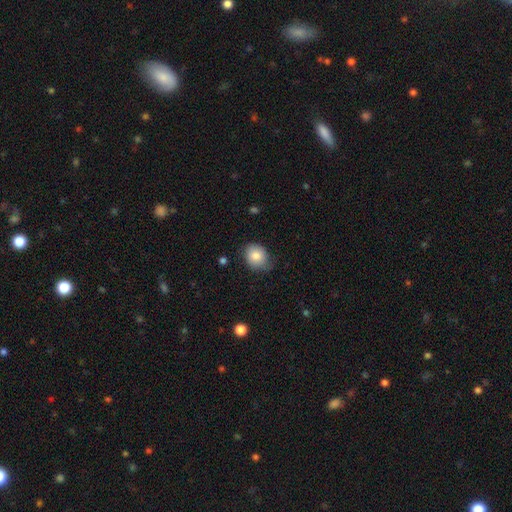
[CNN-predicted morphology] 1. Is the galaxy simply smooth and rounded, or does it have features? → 82% smooth, 10% featured or disk, 8% star or artifact.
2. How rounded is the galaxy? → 58% round, 41% in between, 1% cigar-shaped.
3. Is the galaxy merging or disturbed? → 65% none, 28% minor disturbance, 6% major disturbance, 1% merger.